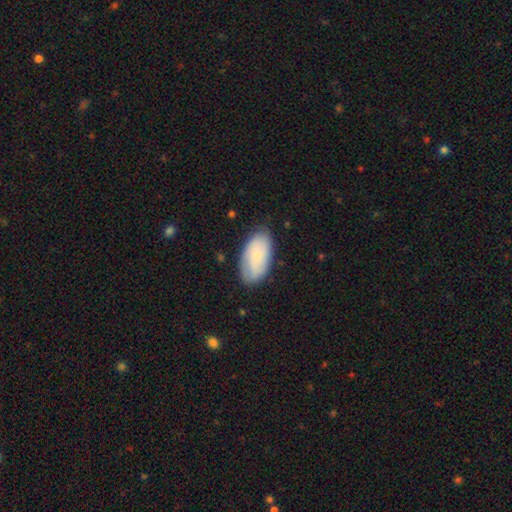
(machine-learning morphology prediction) smooth_or_featured: smooth (p=0.68) [alt: featured or disk p=0.25]
how_rounded: in between (p=0.95) [alt: round p=0.03]
merging: none (p=0.79) [alt: minor disturbance p=0.16]